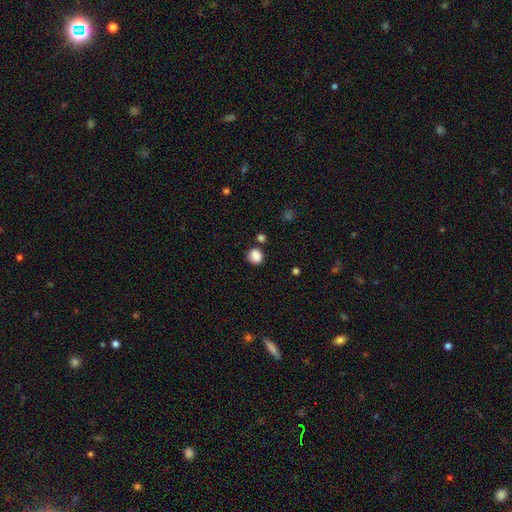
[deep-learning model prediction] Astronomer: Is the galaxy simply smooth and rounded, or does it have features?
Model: smooth — 86%.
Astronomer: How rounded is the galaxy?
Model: round — 80%.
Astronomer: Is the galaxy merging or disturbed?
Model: none — 79%.